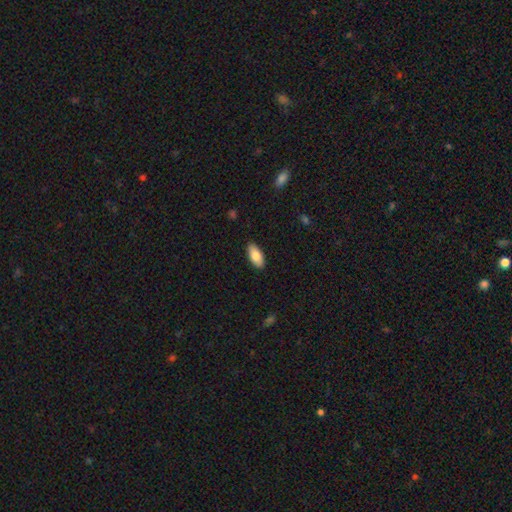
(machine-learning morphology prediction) smooth-or-featured: smooth: 83% | featured or disk: 10% | star or artifact: 6%
  how-rounded: in between: 89% | cigar-shaped: 9% | round: 2%
  merging: none: 89% | minor disturbance: 8% | major disturbance: 2% | merger: 1%